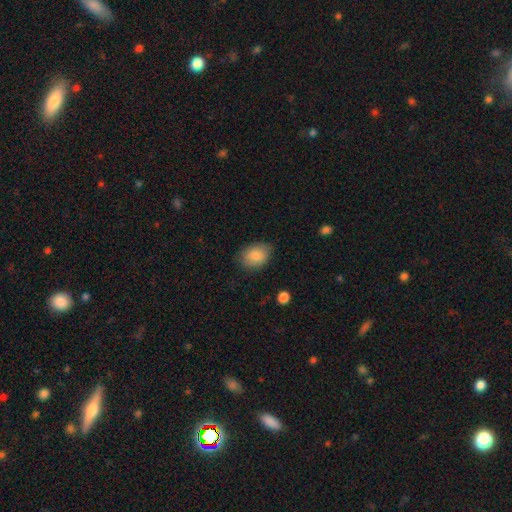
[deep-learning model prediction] Overall: smooth (84%). How rounded: in between (74%). Merging: none (79%).